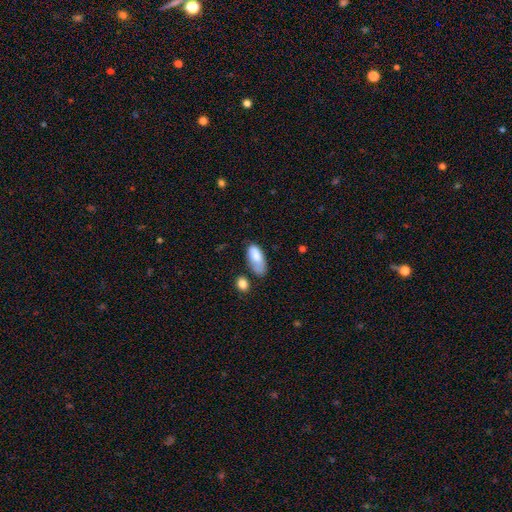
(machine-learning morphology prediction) Q: Smooth or featured?
A: smooth (79%); runner-up: featured or disk (14%)
Q: How rounded?
A: in between (87%); runner-up: cigar-shaped (10%)
Q: Merging?
A: none (35%); runner-up: minor disturbance (34%)